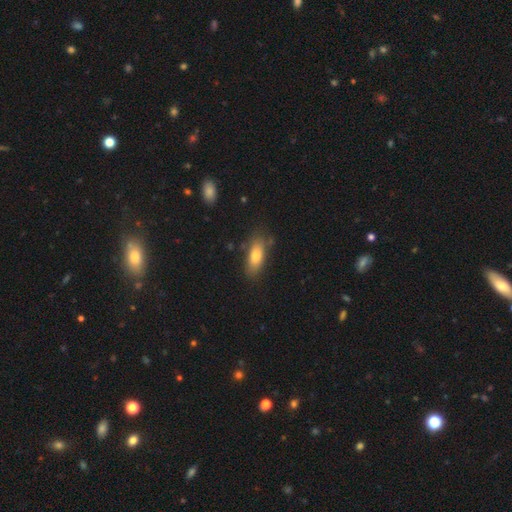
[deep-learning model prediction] smooth 75%, featured or disk 18%, star or artifact 7%. Down the decision tree: how rounded — in between (76%); merging — none (73%).